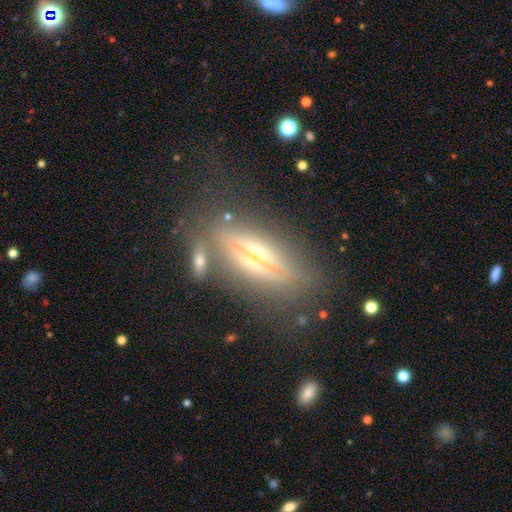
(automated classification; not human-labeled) Morphology: type=featured or disk (76%); edge-on=yes (89%); edge-on bulge=rounded (79%); merging=none (70%).